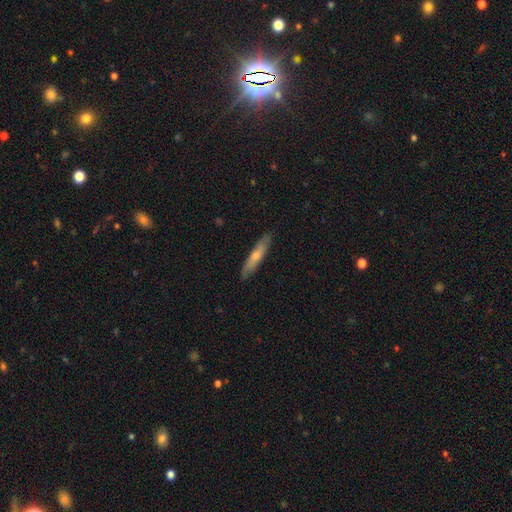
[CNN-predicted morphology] Overall: smooth (50%; featured or disk 44%). How rounded: cigar-shaped (89%). Merging: none (88%).